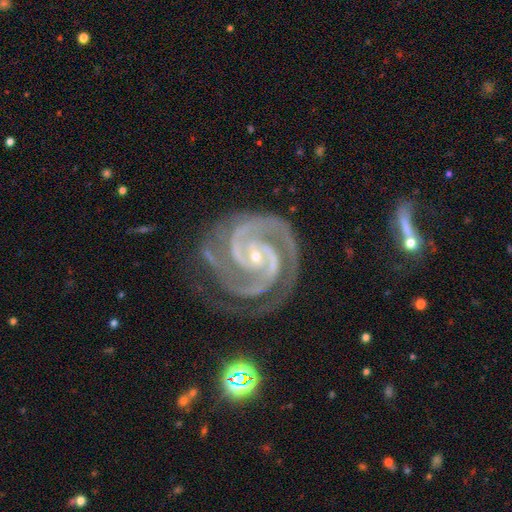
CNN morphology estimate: smooth-or-featured: featured or disk: 94% | star or artifact: 4% | smooth: 2%
  disk-edge-on: no: 98% | yes: 2%
    bar: no: 48% | weak: 30% | strong: 21%
    has-spiral-arms: yes: 99% | no: 1%
      spiral-winding: tight: 68% | medium: 30% | loose: 3%
      spiral-arm-count: 2: 68% | 3: 19% | can't tell: 4% | 4: 4% | more than 4: 3% | 1: 3%
    bulge-size: small: 82% | moderate: 15% | none: 2% | large: 1% | dominant: 1%
  merging: none: 68% | minor disturbance: 20% | major disturbance: 9% | merger: 3%